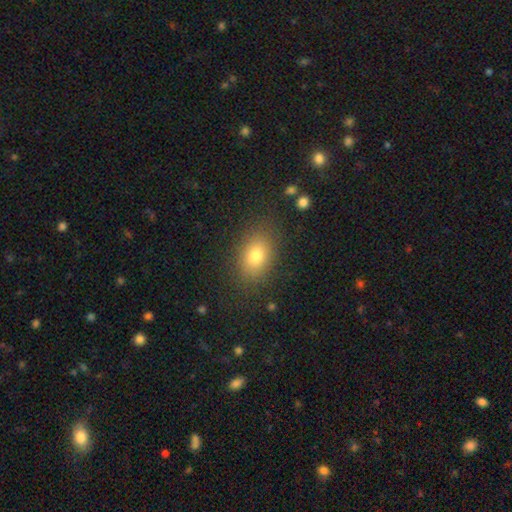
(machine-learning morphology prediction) This appears to be a smooth galaxy with no disk features (79%) that is in between round and cigar-shaped (80%). Merging: none (83%).